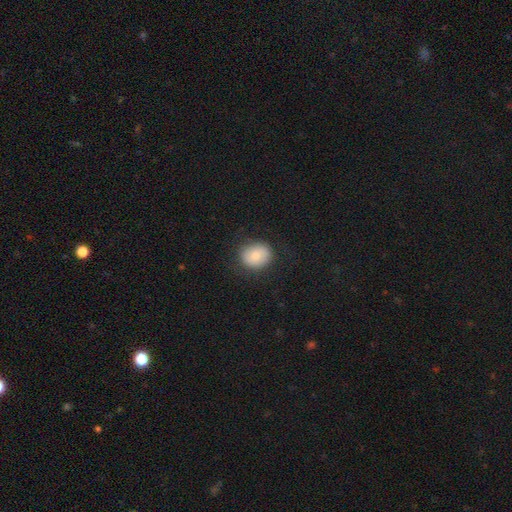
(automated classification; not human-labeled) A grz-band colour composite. It shows a smooth galaxy with no disk features (78%) that is round (67%). Merging: none (82%).